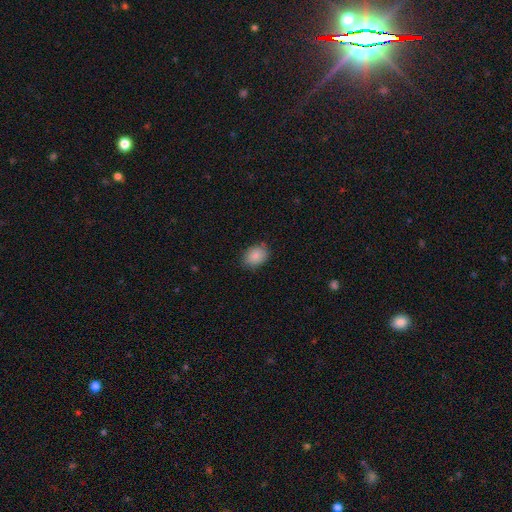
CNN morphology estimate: A smooth galaxy with no disk features (87%) that is in between round and cigar-shaped (71%). Merging: none (81%).